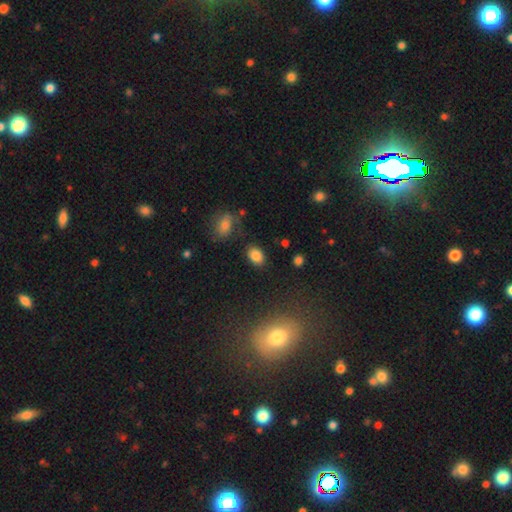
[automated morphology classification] A smooth galaxy with no disk features (84%) that is in between round and cigar-shaped (81%). Merging: none (82%).